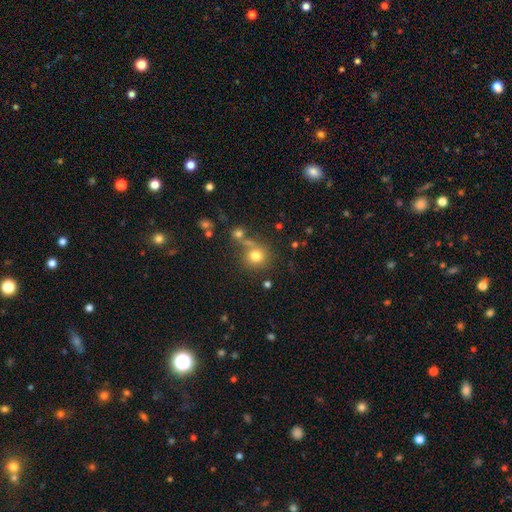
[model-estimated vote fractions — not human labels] This appears to be a smooth galaxy with no disk features (77%) that is round (88%). Merging: none (64%).